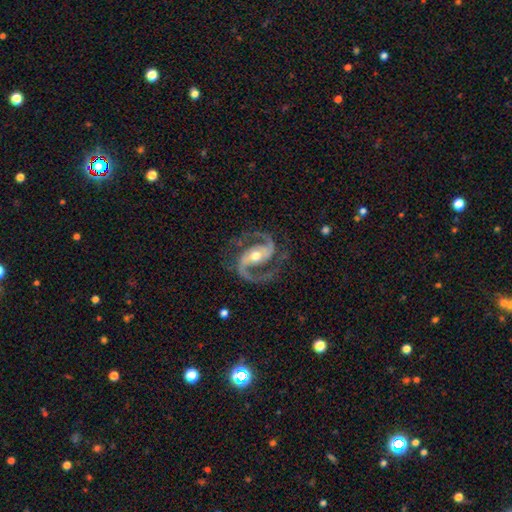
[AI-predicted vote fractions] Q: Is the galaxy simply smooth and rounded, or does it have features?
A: featured or disk — 94%.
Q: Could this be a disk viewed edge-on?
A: no — 98%.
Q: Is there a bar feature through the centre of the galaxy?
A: weak — 34%, tied with strong.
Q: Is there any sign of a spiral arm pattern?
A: yes — 98%.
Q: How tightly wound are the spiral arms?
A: medium — 67%.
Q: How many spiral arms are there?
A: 2 — 94%.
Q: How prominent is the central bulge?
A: moderate — 69%.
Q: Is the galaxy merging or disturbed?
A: none — 80%.